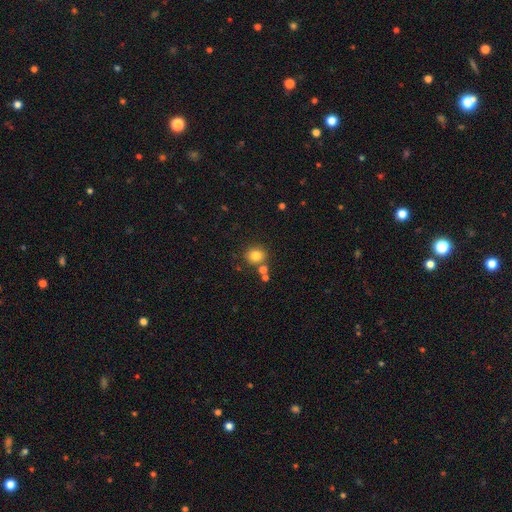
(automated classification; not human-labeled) Smooth or featured?
  - smooth: 81% *
  - star or artifact: 12%
  - featured or disk: 7%
How rounded?
  - round: 81% *
  - in between: 18%
  - cigar-shaped: 1%
Merging?
  - none: 77% *
  - merger: 11%
  - minor disturbance: 9%
  - major disturbance: 3%